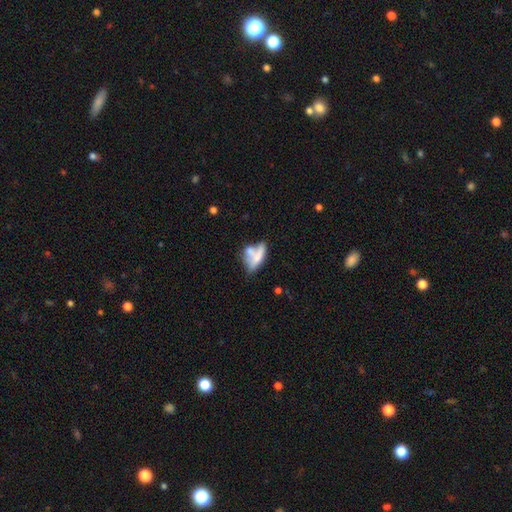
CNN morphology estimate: smooth-or-featured: smooth: 57% | featured or disk: 34% | star or artifact: 9%
  how-rounded: in between: 57% | cigar-shaped: 36% | round: 7%
  merging: merger: 48% | none: 29% | minor disturbance: 13% | major disturbance: 10%